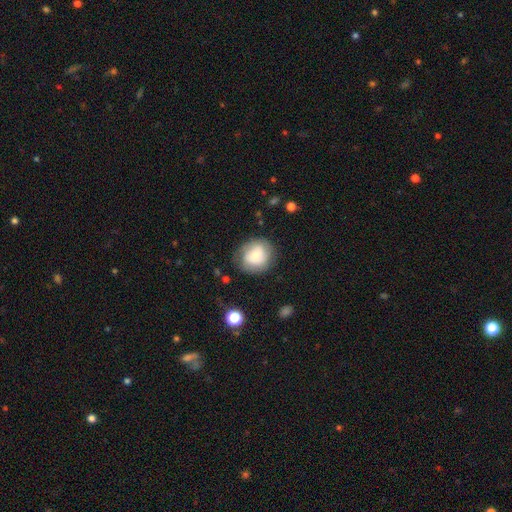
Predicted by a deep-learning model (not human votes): smooth_or_featured: smooth (p=0.69) [alt: featured or disk p=0.23]
how_rounded: round (p=0.79) [alt: in between p=0.20]
merging: none (p=0.76) [alt: minor disturbance p=0.16]